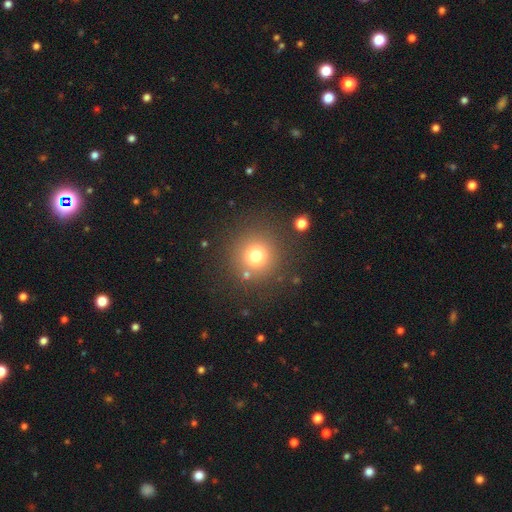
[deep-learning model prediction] A smooth galaxy with no disk features (74%) that is round (95%).

Vote fractions:
- Smooth or featured? smooth: 74% / star or artifact: 16% / featured or disk: 9%
- How rounded? round: 95% / in between: 5% / cigar-shaped: 1%
- Merging? none: 85% / minor disturbance: 7% / merger: 4% / major disturbance: 4%